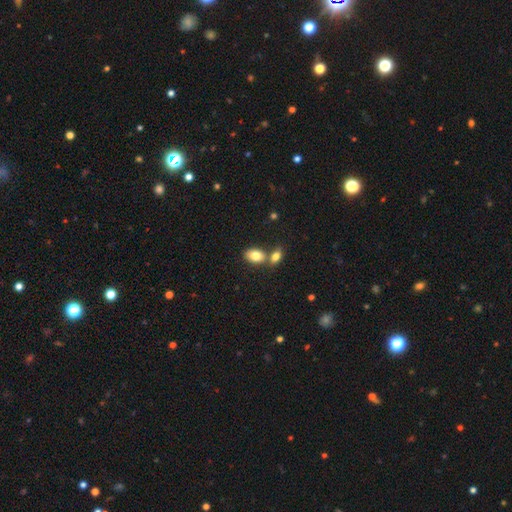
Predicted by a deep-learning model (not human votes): smooth_or_featured: smooth (p=0.81) [alt: featured or disk p=0.11]
how_rounded: in between (p=0.87) [alt: round p=0.12]
merging: none (p=0.49) [alt: merger p=0.38]